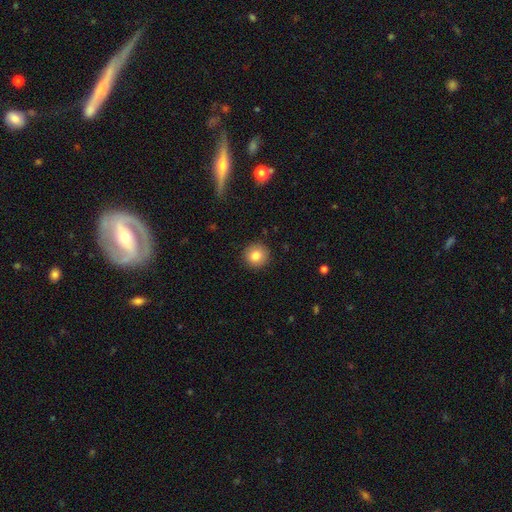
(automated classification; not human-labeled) smooth 82%, star or artifact 10%, featured or disk 8%. Down the decision tree: how rounded — round (94%); merging — none (92%).